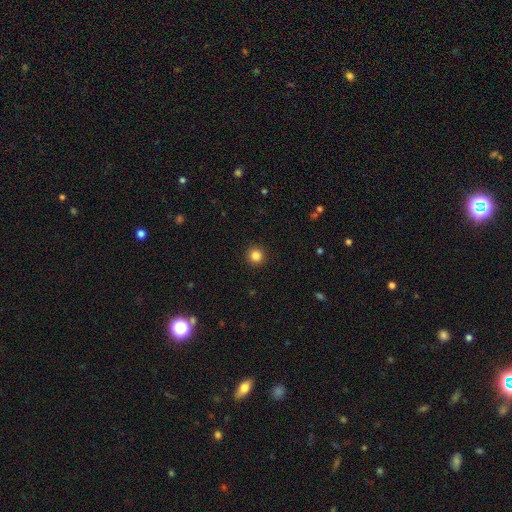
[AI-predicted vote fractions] A smooth galaxy with no disk features (85%) that is round (95%). Merging: none (93%).